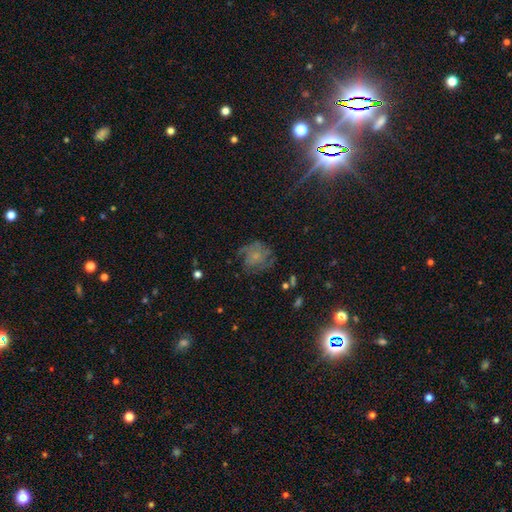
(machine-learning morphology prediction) This is possibly a featured or disk galaxy (48%). Merging: possibly none (55%).